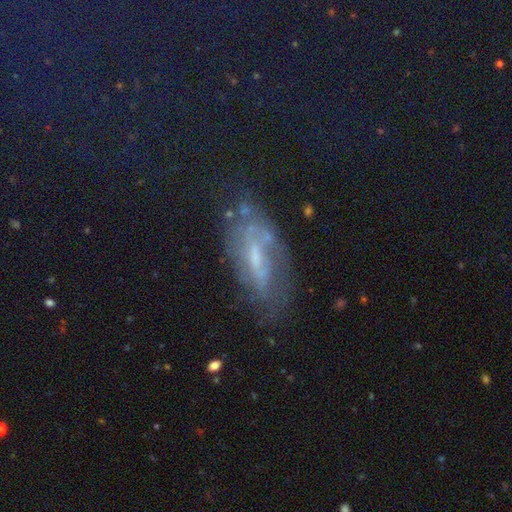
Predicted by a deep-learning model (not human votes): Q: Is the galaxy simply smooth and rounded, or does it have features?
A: featured or disk — 59%.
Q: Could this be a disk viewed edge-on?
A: no — 82%.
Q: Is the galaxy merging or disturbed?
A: none — 60%.